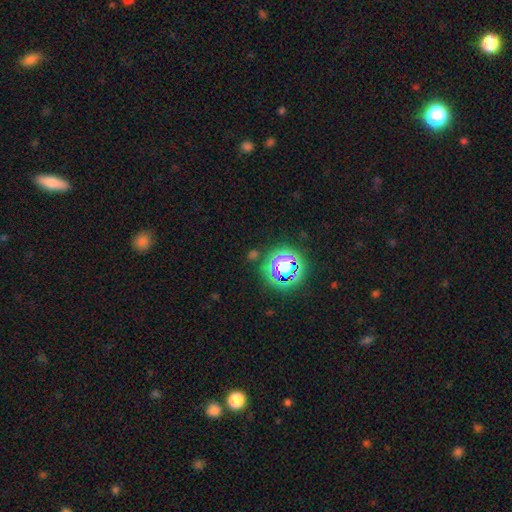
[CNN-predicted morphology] Smooth or featured: star or artifact — 68% (smooth — 23%)